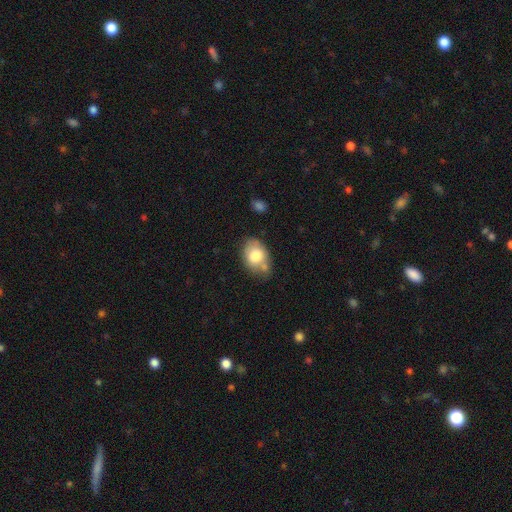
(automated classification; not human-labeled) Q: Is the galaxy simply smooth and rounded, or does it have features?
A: smooth — 76%.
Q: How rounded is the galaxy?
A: in between — 79%.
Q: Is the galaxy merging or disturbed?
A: none — 51%.